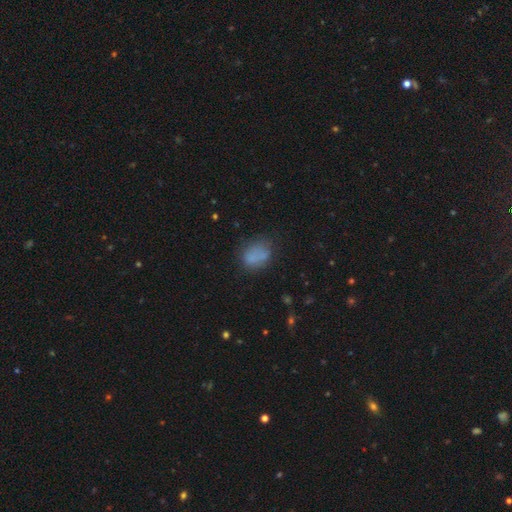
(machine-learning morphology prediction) A smooth galaxy with no disk features (73%) that is in between round and cigar-shaped (64%). Merging: none (53%).